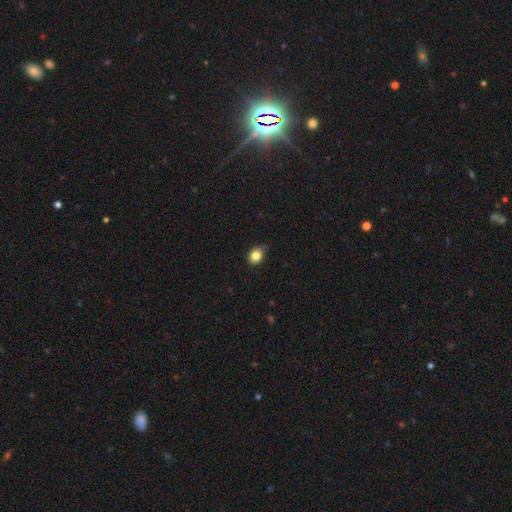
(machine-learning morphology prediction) This appears to be a smooth galaxy with no disk features (83%) that is round (52%). Merging: none (62%).